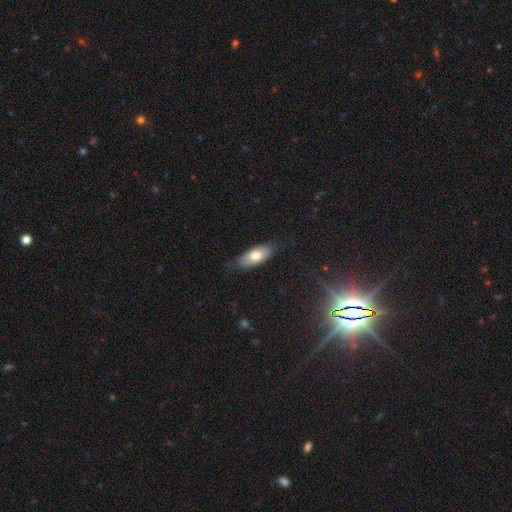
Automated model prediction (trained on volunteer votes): Smooth or featured? Predicted: smooth (p=0.71). How rounded? Predicted: in between (p=0.86). Merging? Predicted: none (p=0.78).